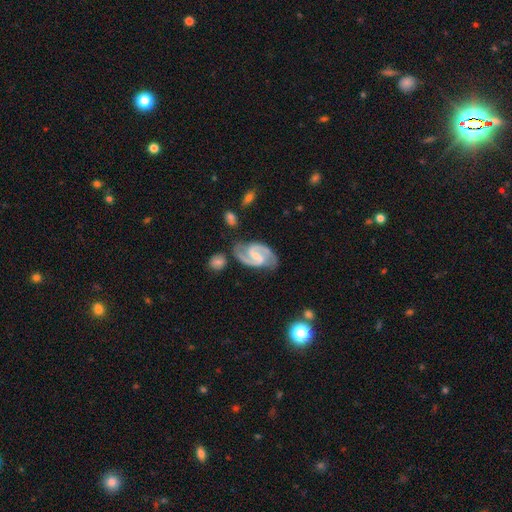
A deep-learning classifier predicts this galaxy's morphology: Smooth or featured: featured or disk — 92% (smooth — 4%)
Edge-on disk: no — 98% (yes — 2%)
Bar: weak — 47% (strong — 38%)
Spiral arms: yes — 98% (no — 2%)
Spiral winding: medium — 61% (tight — 24%)
Spiral arm count: 2 — 94% (can't tell — 2%)
Bulge size: small — 59% (moderate — 29%)
Merging: none — 77% (minor disturbance — 15%)